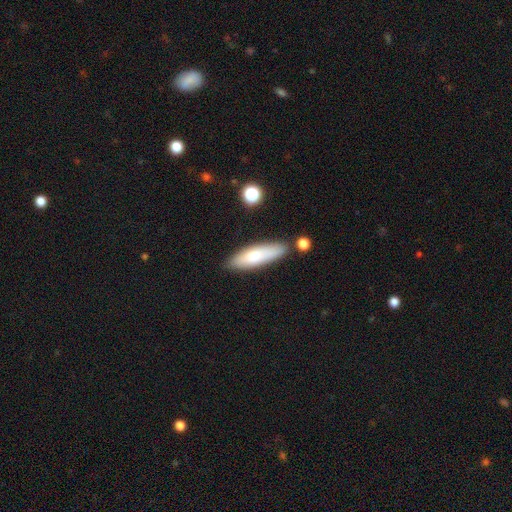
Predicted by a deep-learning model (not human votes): A smooth galaxy with no disk features (74%) that is cigar-shaped (58%).

Vote fractions:
- Smooth or featured? smooth: 74% / featured or disk: 20% / star or artifact: 6%
- How rounded? cigar-shaped: 58% / in between: 40% / round: 2%
- Merging? none: 81% / minor disturbance: 12% / merger: 4% / major disturbance: 3%